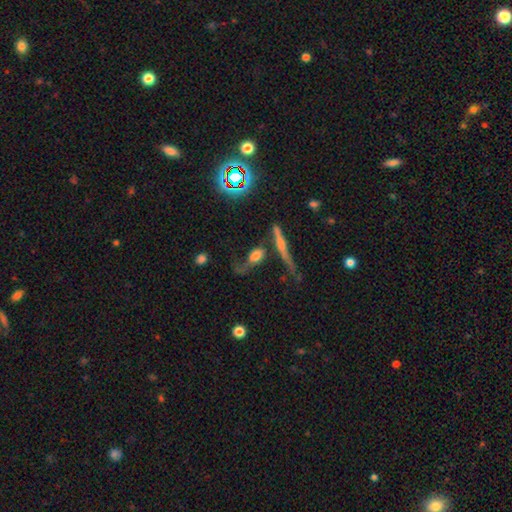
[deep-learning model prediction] This appears to be a featured or disk galaxy (43%). Merging: none (34%).